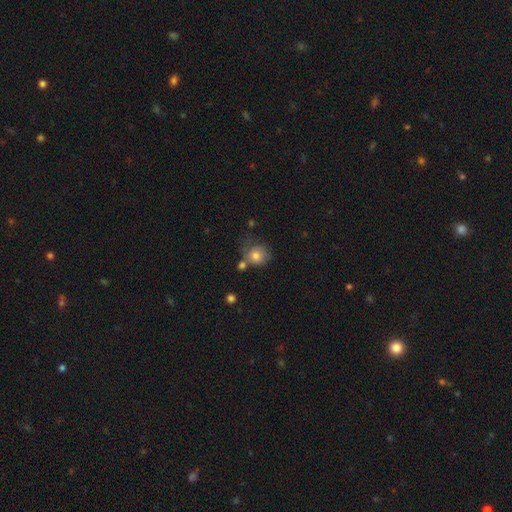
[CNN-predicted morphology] smooth_or_featured: smooth (p=0.73) [alt: featured or disk p=0.18]
how_rounded: round (p=0.81) [alt: in between p=0.18]
merging: none (p=0.47) [alt: minor disturbance p=0.25]